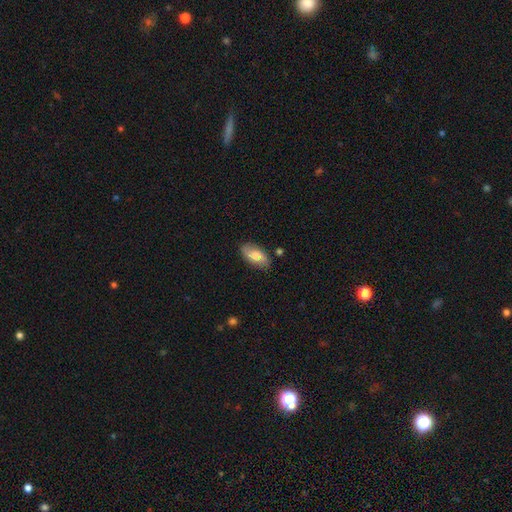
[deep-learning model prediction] smooth_or_featured: smooth (p=0.71) [alt: featured or disk p=0.22]
how_rounded: in between (p=0.91) [alt: cigar-shaped p=0.06]
merging: none (p=0.74) [alt: minor disturbance p=0.19]